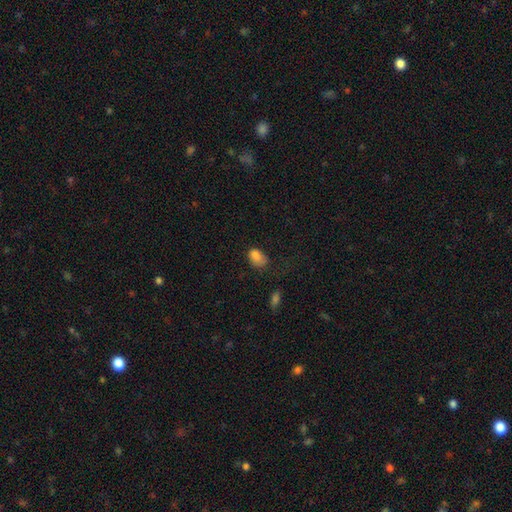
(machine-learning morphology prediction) type=smooth (82%); roundness=in between (84%); merging=none (45%).